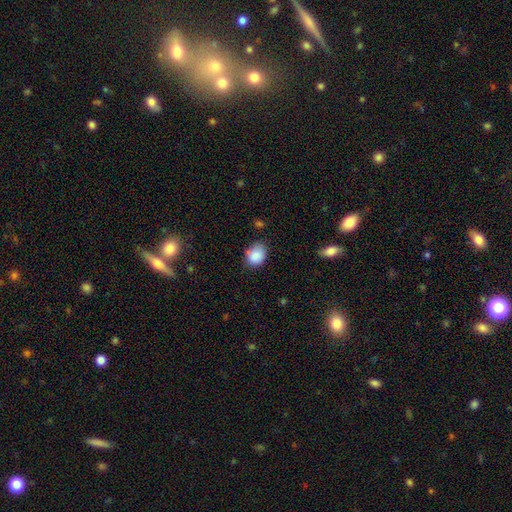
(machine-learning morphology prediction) smooth 86%, star or artifact 8%, featured or disk 5%. Down the decision tree: how rounded — in between (57%); merging — none (65%).